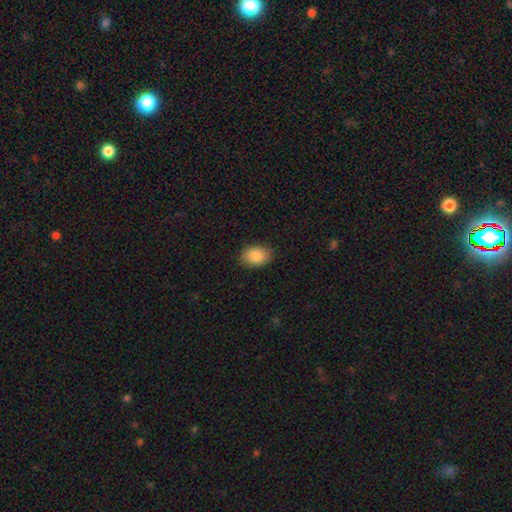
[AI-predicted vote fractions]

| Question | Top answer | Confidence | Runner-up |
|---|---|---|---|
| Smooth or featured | smooth | 88% | star or artifact (7%) |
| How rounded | in between | 84% | round (14%) |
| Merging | none | 86% | minor disturbance (10%) |